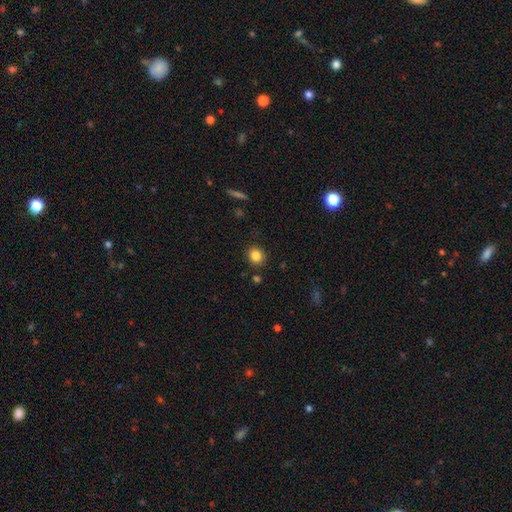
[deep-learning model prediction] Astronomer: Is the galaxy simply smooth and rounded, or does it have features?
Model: smooth — 83%.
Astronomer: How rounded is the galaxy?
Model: round — 82%.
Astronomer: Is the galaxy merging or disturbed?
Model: none — 88%.